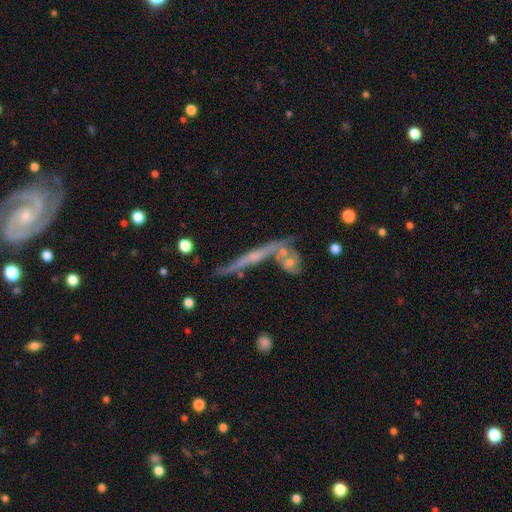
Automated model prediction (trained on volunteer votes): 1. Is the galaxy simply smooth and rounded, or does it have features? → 67% featured or disk, 24% smooth, 9% star or artifact.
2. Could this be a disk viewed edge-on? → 92% yes, 8% no.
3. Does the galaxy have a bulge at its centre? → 48% none, 42% rounded, 10% boxy.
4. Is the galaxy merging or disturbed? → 61% none, 18% merger, 15% minor disturbance, 6% major disturbance.